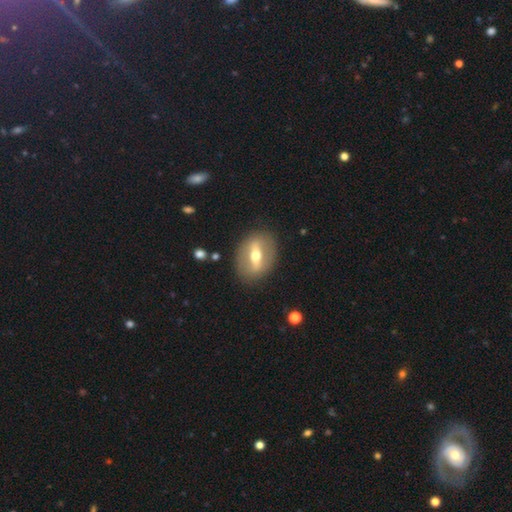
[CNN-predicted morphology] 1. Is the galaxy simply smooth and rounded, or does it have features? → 64% featured or disk, 29% smooth, 7% star or artifact.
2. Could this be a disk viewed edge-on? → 69% no, 31% yes.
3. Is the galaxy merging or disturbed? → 86% none, 9% minor disturbance, 4% major disturbance, 1% merger.